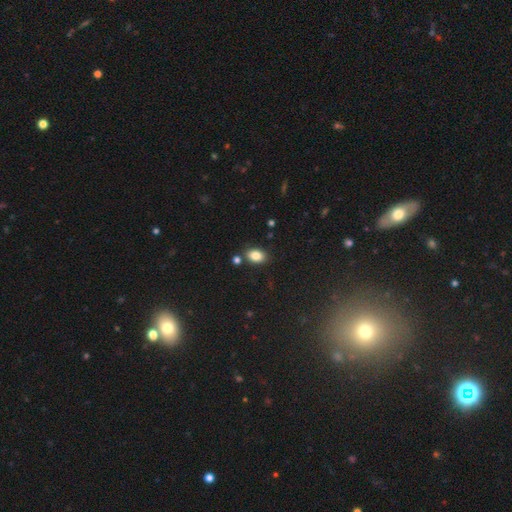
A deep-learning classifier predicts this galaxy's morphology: Overall: smooth (85%). How rounded: in between (84%). Merging: none (80%).